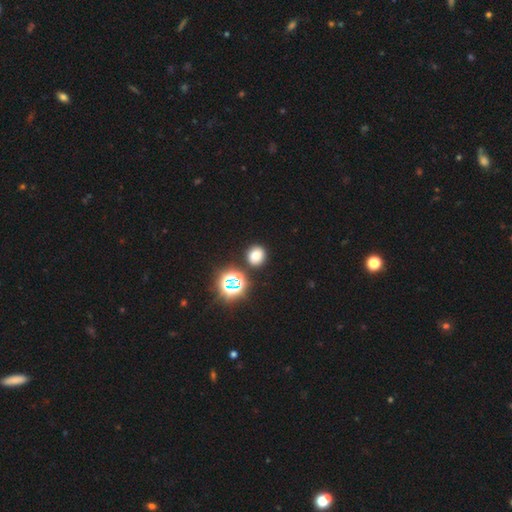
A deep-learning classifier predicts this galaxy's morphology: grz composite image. It shows a smooth galaxy with no disk features (72%) that is round (77%). Merging: none (85%).